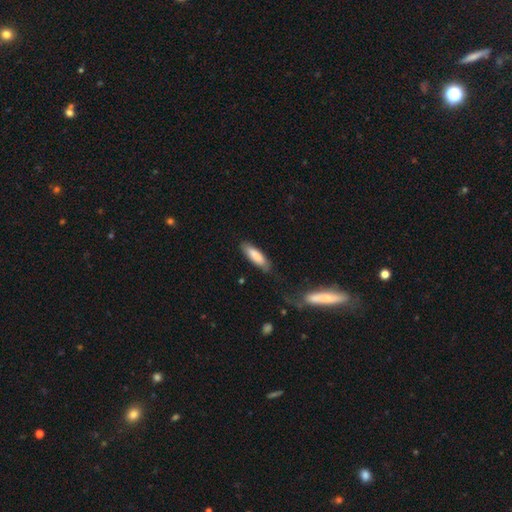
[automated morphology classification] smooth 84%, featured or disk 11%, star or artifact 5%. Down the decision tree: how rounded — cigar-shaped (52%); merging — none (75%).